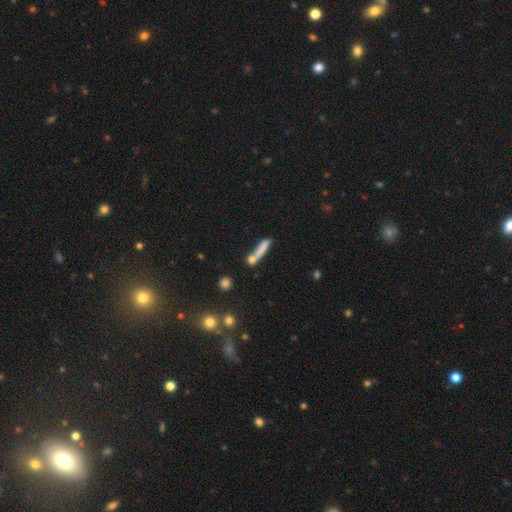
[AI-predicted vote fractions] Smooth or featured? Predicted: smooth (p=0.70). How rounded? Predicted: cigar-shaped (p=0.85). Merging? Predicted: none (p=0.51).